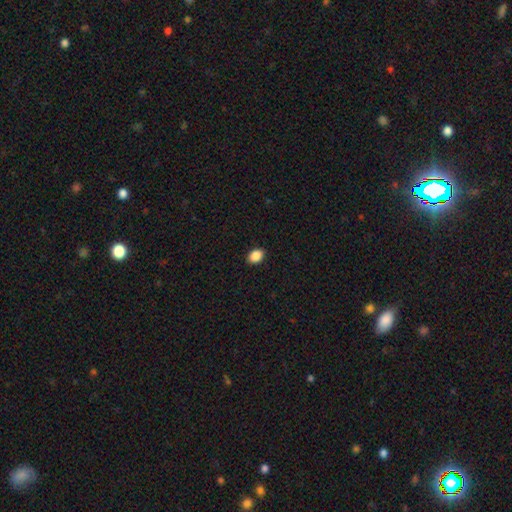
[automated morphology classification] This appears to be a smooth galaxy with no disk features (89%) that is in between round and cigar-shaped (74%). Merging: none (91%).